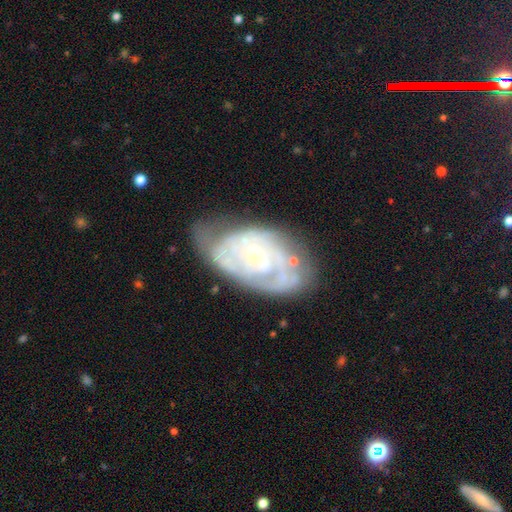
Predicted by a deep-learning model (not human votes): A featured or disk galaxy (78%) with no bar (79%), tight (67%) spiral arms (80%) and a small central bulge (76%). Merging: none (47%).